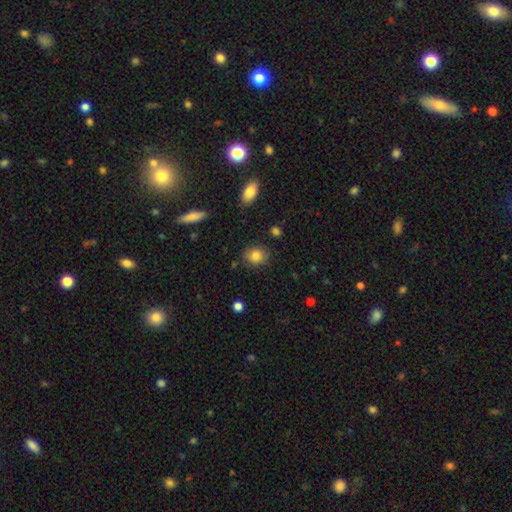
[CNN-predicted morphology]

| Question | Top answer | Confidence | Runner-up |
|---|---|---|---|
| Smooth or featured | smooth | 83% | star or artifact (9%) |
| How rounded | round | 58% | in between (41%) |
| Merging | none | 82% | minor disturbance (13%) |